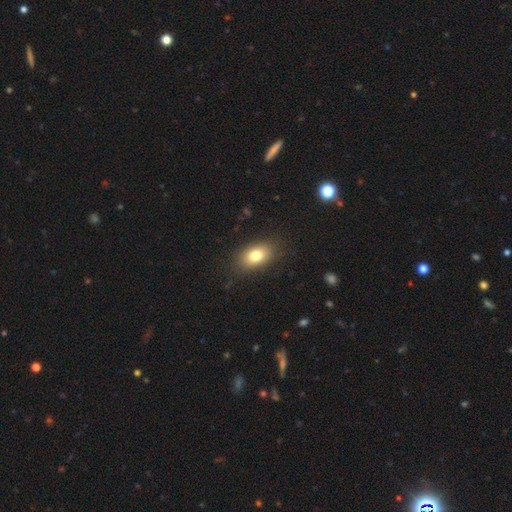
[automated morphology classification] This is likely a smooth galaxy (78%). How rounded: clearly in between (84%). Merging: clearly none (84%).